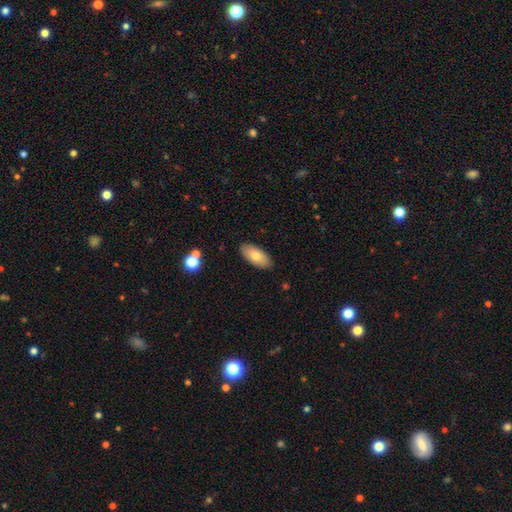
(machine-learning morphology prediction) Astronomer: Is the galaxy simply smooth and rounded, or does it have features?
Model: smooth — 75%.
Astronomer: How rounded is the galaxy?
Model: in between — 91%.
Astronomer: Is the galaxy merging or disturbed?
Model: none — 88%.